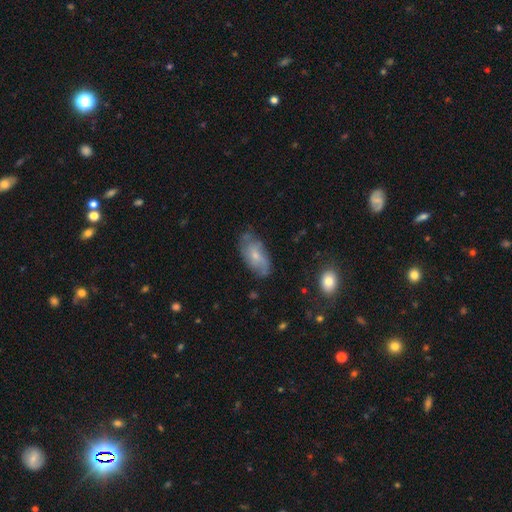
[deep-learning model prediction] This is possibly a smooth galaxy (47%). Merging: likely none (64%).